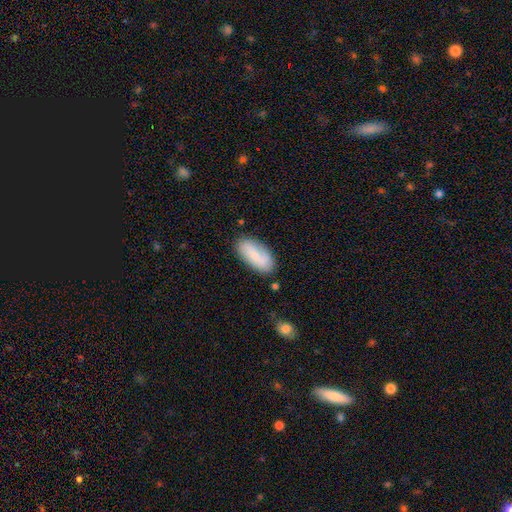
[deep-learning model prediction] smooth_or_featured: smooth (p=0.76) [alt: featured or disk p=0.18]
how_rounded: in between (p=0.88) [alt: cigar-shaped p=0.10]
merging: none (p=0.79) [alt: minor disturbance p=0.15]